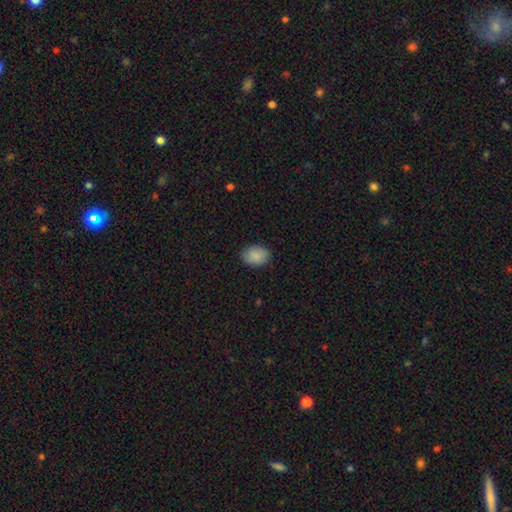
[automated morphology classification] smooth_or_featured: smooth (p=0.89) [alt: star or artifact p=0.07]
how_rounded: in between (p=0.69) [alt: round p=0.30]
merging: none (p=0.86) [alt: minor disturbance p=0.11]